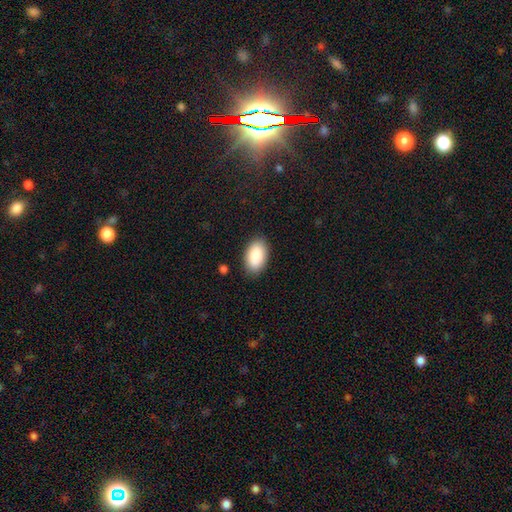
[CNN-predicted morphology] The model was most divided on "merging": none: 87%, minor disturbance: 10%, major disturbance: 2%, merger: 1%. More confident: how rounded — in between (94%); smooth or featured — smooth (87%).